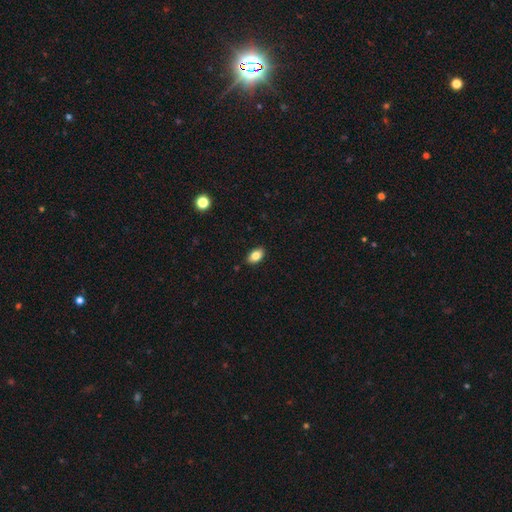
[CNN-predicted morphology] Smooth or featured? Predicted: smooth (p=0.83). How rounded? Predicted: in between (p=0.90). Merging? Predicted: none (p=0.88).